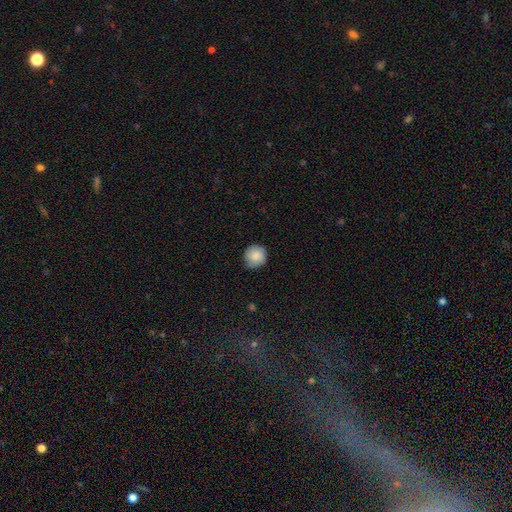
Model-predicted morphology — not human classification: Smooth or featured?
  - smooth: 83% *
  - featured or disk: 10%
  - star or artifact: 7%
How rounded?
  - round: 92% *
  - in between: 7%
  - cigar-shaped: 1%
Merging?
  - none: 77% *
  - minor disturbance: 19%
  - major disturbance: 3%
  - merger: 1%